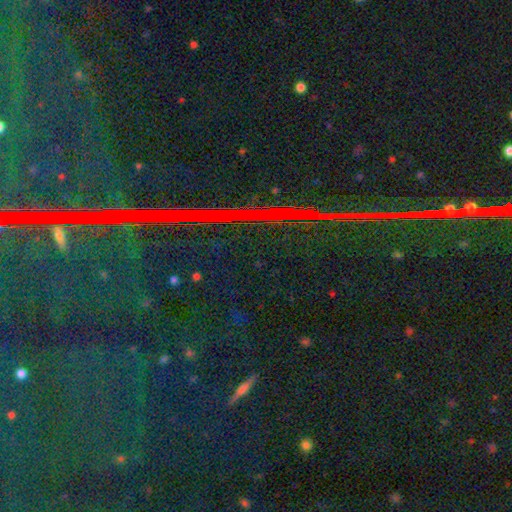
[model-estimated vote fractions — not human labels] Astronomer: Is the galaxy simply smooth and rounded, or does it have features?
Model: star or artifact — 86%.